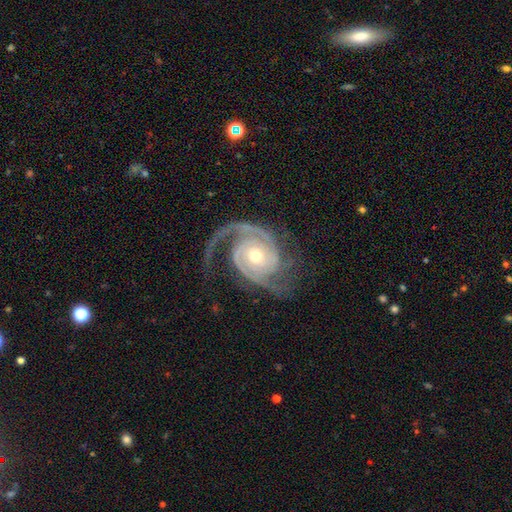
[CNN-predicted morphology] A featured or disk galaxy (93%) with no bar (70%), 2 (62%) tight (48%) spiral arms (99%) and a moderate central bulge (56%).

Vote fractions:
- Smooth or featured? featured or disk: 93% / star or artifact: 4% / smooth: 3%
- Edge-on disk? no: 98% / yes: 2%
- Bar? no: 70% / weak: 21% / strong: 9%
- Spiral arms? yes: 99% / no: 1%
- Spiral winding? tight: 48% / medium: 42% / loose: 10%
- Spiral arm count? 2: 62% / 3: 20% / can't tell: 6% / 1: 5% / 4: 4% / more than 4: 4%
- Bulge size? moderate: 56% / small: 39% / large: 3% / none: 1% / dominant: 1%
- Merging? none: 69% / minor disturbance: 16% / major disturbance: 13% / merger: 2%